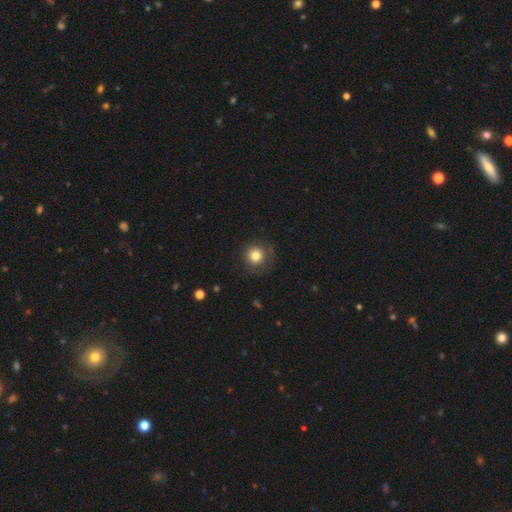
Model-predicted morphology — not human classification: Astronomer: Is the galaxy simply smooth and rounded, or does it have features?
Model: smooth — 79%.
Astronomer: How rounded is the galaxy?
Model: round — 94%.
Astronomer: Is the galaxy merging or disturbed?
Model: none — 76%.